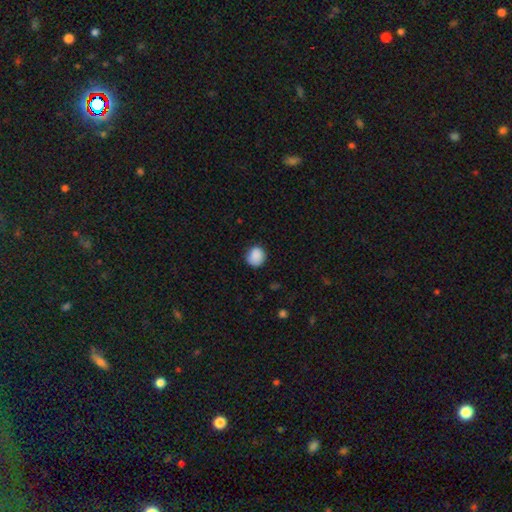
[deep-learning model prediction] Smooth or featured? smooth (88%)
How rounded? round (82%)
Merging? none (80%)